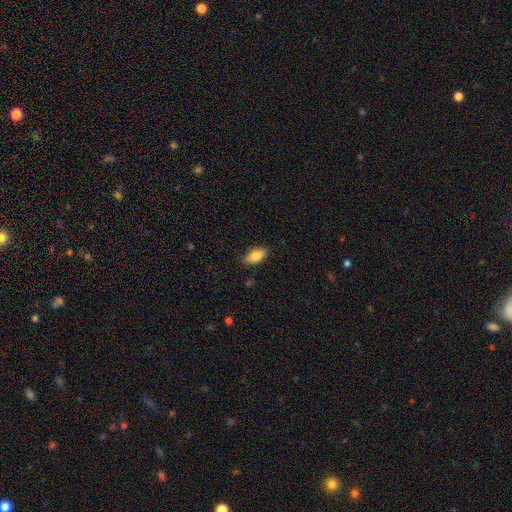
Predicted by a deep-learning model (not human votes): This appears to be a smooth galaxy with no disk features (83%) that is in between round and cigar-shaped (91%). Merging: none (85%).